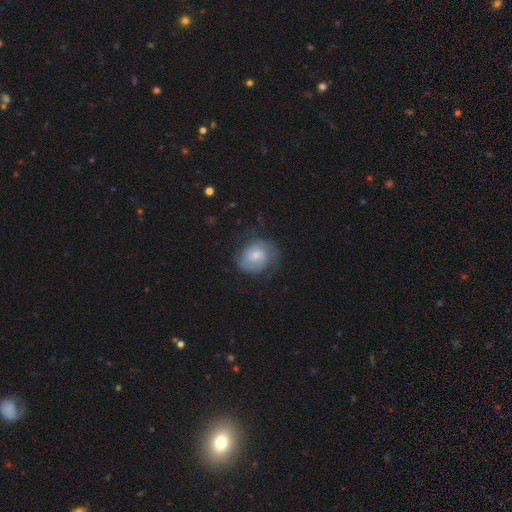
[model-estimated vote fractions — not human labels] A smooth galaxy with no disk features (51%) that is round (67%). Merging: none (61%).